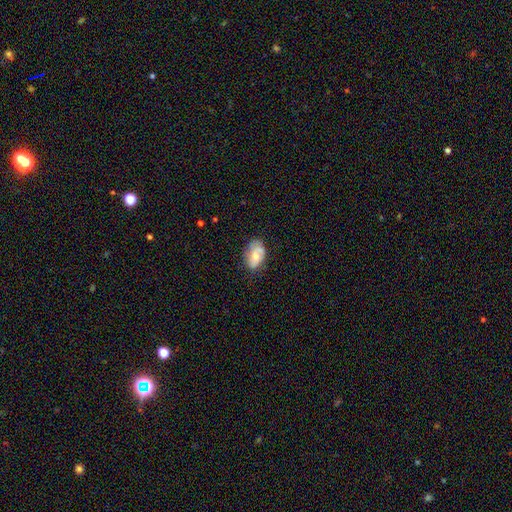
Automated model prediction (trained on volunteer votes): A smooth galaxy with no disk features (51%) that is in between round and cigar-shaped (87%). Merging: none (60%).